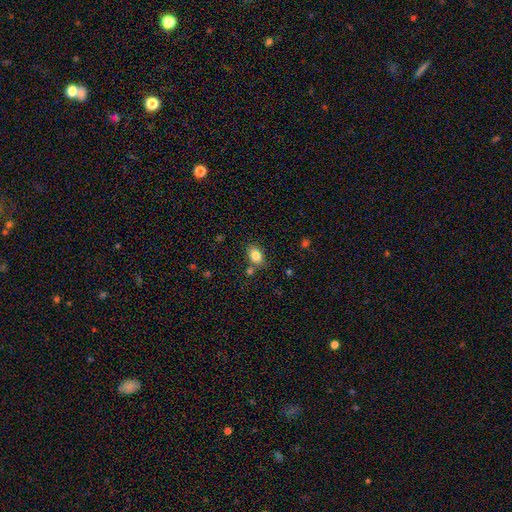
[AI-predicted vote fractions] Q: Smooth or featured?
A: smooth (84%); runner-up: star or artifact (9%)
Q: How rounded?
A: in between (80%); runner-up: round (18%)
Q: Merging?
A: none (73%); runner-up: minor disturbance (14%)